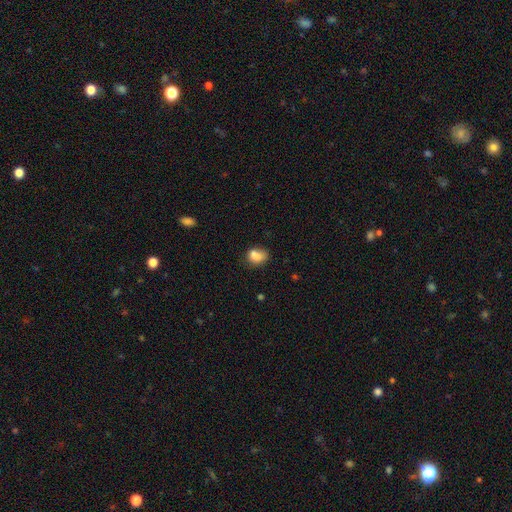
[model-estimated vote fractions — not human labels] smooth_or_featured: smooth (p=0.78) [alt: featured or disk p=0.11]
how_rounded: in between (p=0.65) [alt: round p=0.33]
merging: none (p=0.43) [alt: minor disturbance p=0.25]